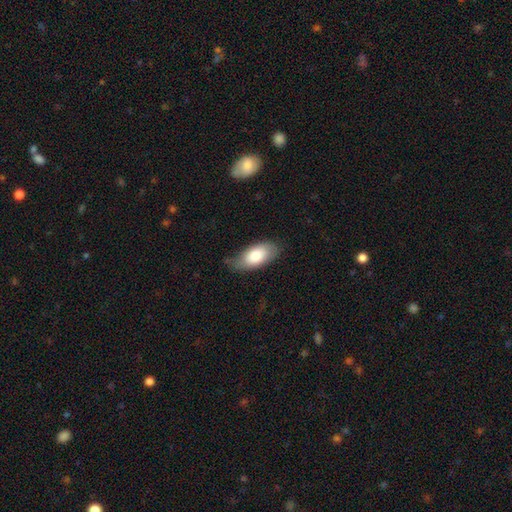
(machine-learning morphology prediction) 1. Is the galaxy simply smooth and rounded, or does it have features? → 81% smooth, 13% featured or disk, 6% star or artifact.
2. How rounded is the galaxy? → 93% in between, 5% cigar-shaped, 3% round.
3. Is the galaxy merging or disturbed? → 66% none, 26% minor disturbance, 6% major disturbance, 2% merger.